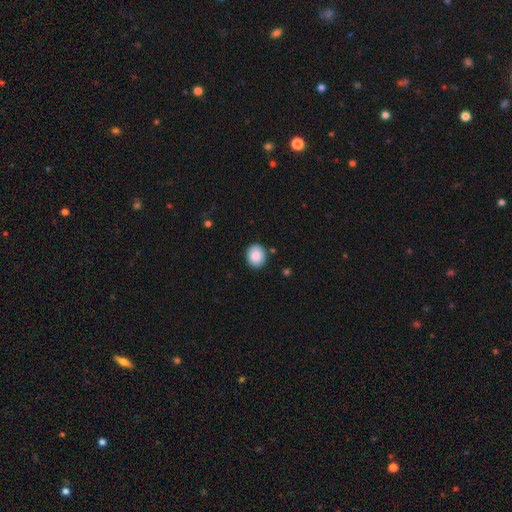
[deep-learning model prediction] Smooth or featured? smooth (87%)
How rounded? round (63%)
Merging? none (88%)